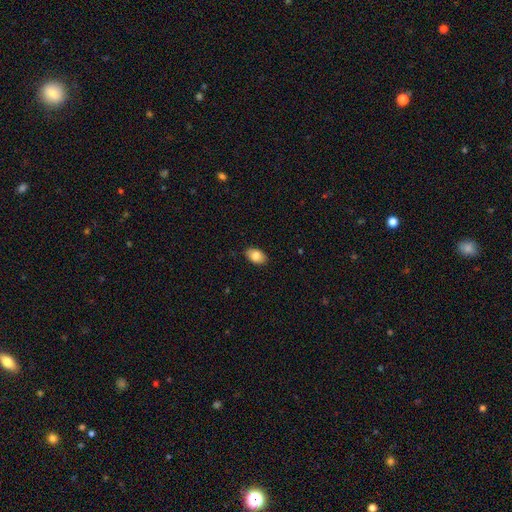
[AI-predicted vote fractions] smooth 83%, featured or disk 9%, star or artifact 7%. Down the decision tree: how rounded — in between (88%); merging — none (88%).